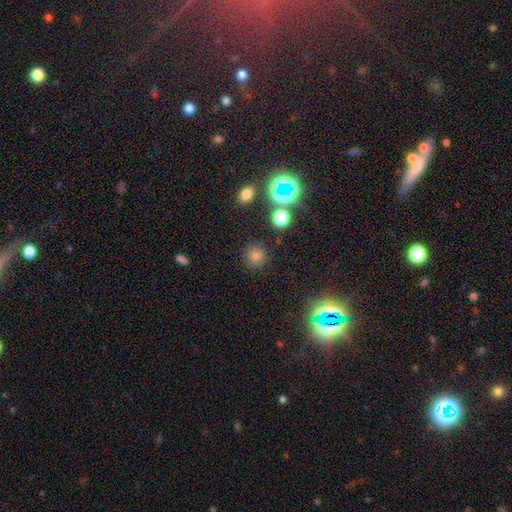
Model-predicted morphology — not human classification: smooth 68%, star or artifact 24%, featured or disk 8%. Down the decision tree: how rounded — round (90%); merging — none (86%).